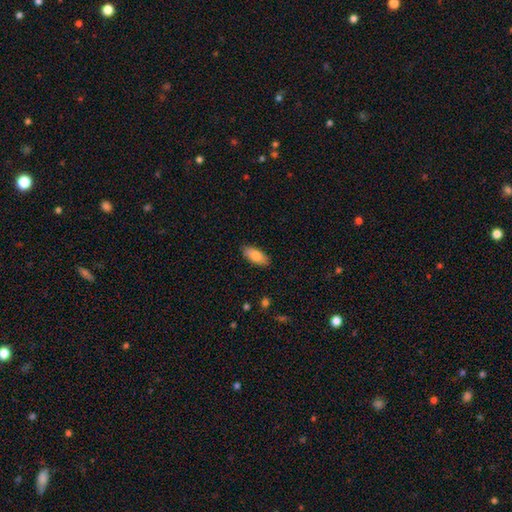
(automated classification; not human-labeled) Smooth or featured?
  - smooth: 81% *
  - featured or disk: 13%
  - star or artifact: 6%
How rounded?
  - in between: 84% *
  - cigar-shaped: 14%
  - round: 2%
Merging?
  - none: 87% *
  - minor disturbance: 10%
  - major disturbance: 2%
  - merger: 1%